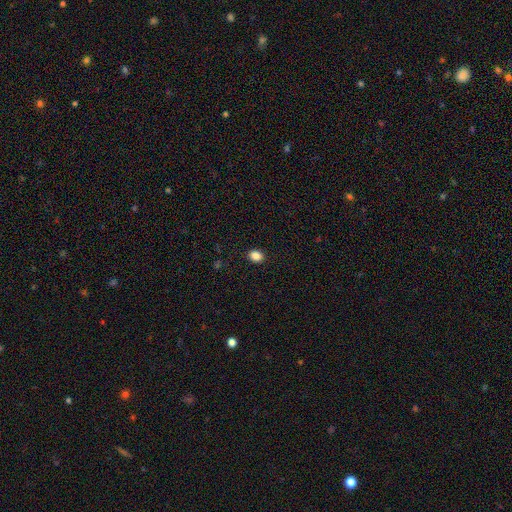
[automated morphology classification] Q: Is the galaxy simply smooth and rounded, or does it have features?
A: smooth — 86%.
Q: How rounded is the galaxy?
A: round — 54%.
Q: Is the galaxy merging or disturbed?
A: none — 90%.